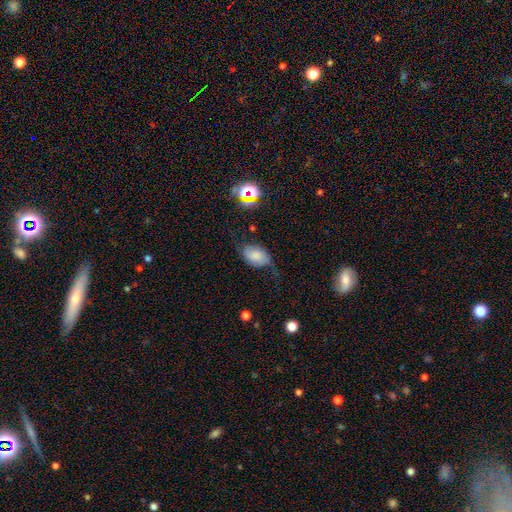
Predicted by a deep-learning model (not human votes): smooth-or-featured: smooth: 70% | featured or disk: 19% | star or artifact: 12%
  how-rounded: in between: 86% | round: 12% | cigar-shaped: 1%
  merging: none: 48% | minor disturbance: 33% | major disturbance: 16% | merger: 3%